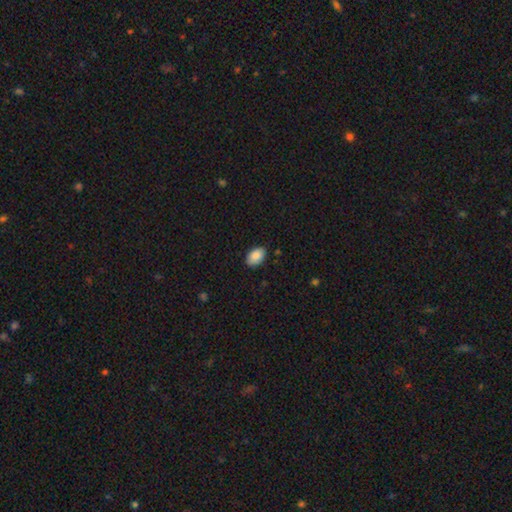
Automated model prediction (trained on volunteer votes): Smooth or featured?
  - smooth: 87% *
  - star or artifact: 7%
  - featured or disk: 6%
How rounded?
  - in between: 90% *
  - round: 8%
  - cigar-shaped: 1%
Merging?
  - none: 86% *
  - minor disturbance: 11%
  - major disturbance: 2%
  - merger: 1%